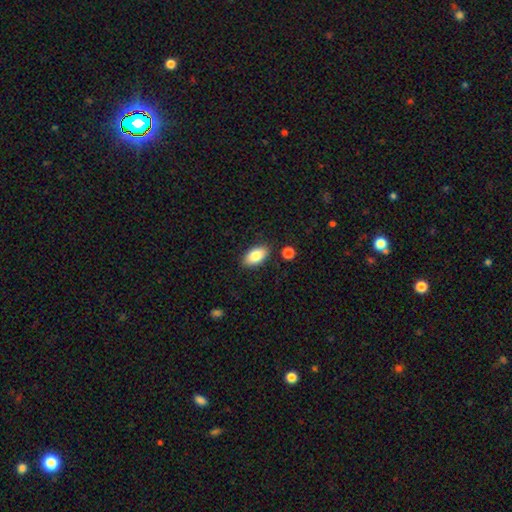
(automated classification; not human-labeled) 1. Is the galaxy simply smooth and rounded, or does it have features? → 83% smooth, 10% featured or disk, 7% star or artifact.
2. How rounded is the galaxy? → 93% in between, 4% round, 3% cigar-shaped.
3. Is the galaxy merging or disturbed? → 86% none, 9% minor disturbance, 3% merger, 2% major disturbance.